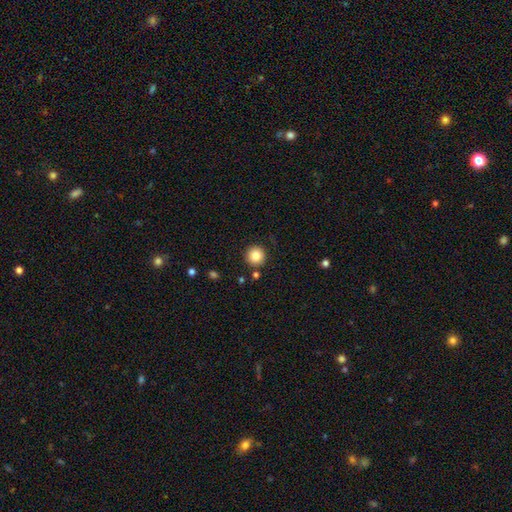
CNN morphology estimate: Smooth or featured? smooth (85%)
How rounded? round (96%)
Merging? none (88%)